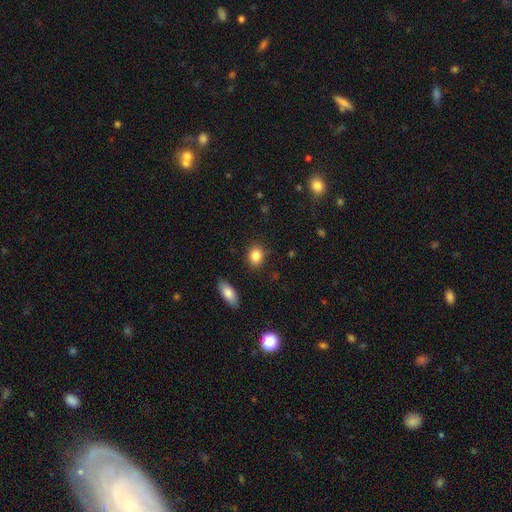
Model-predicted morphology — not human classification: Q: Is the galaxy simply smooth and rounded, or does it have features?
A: smooth — 86%.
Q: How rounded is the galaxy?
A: in between — 52%.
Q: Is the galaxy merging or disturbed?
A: none — 87%.